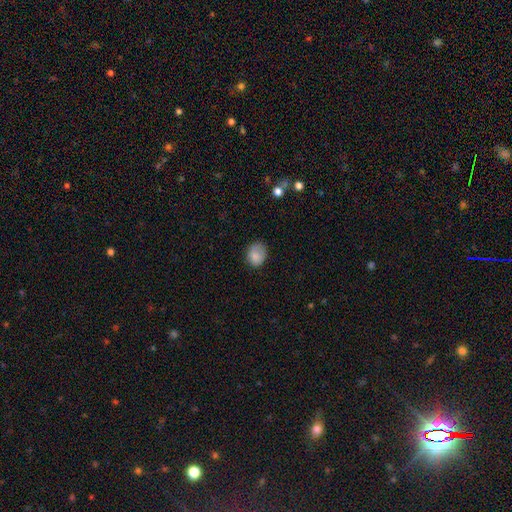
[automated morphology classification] The model was most divided on "how rounded": in between: 57%, round: 42%, cigar-shaped: 1%. More confident: smooth or featured — smooth (83%); merging — none (67%).